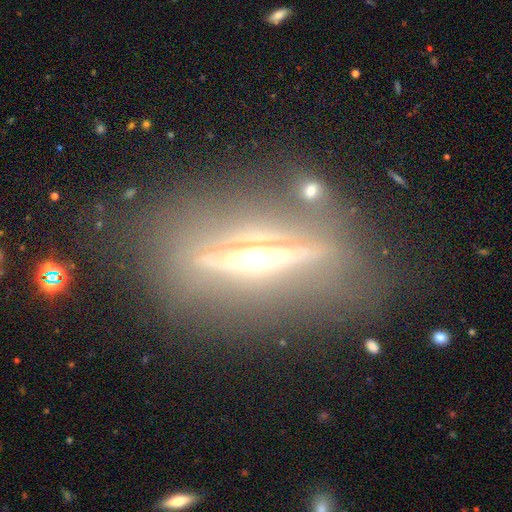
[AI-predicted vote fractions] smooth_or_featured: featured or disk (p=0.79) [alt: smooth p=0.13]
disk_edge_on: yes (p=0.92) [alt: no p=0.08]
edge_on_bulge: rounded (p=0.92) [alt: boxy p=0.04]
merging: none (p=0.75) [alt: minor disturbance p=0.14]